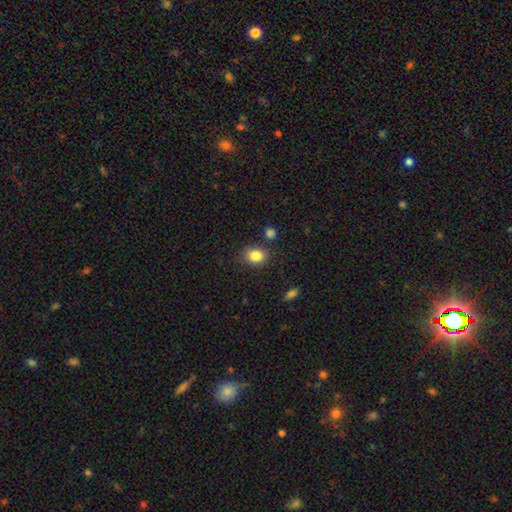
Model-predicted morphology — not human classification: A smooth galaxy with no disk features (86%) that is in between round and cigar-shaped (56%).

Vote fractions:
- Smooth or featured? smooth: 86% / star or artifact: 9% / featured or disk: 5%
- How rounded? in between: 56% / round: 43% / cigar-shaped: 1%
- Merging? none: 78% / minor disturbance: 13% / merger: 5% / major disturbance: 4%